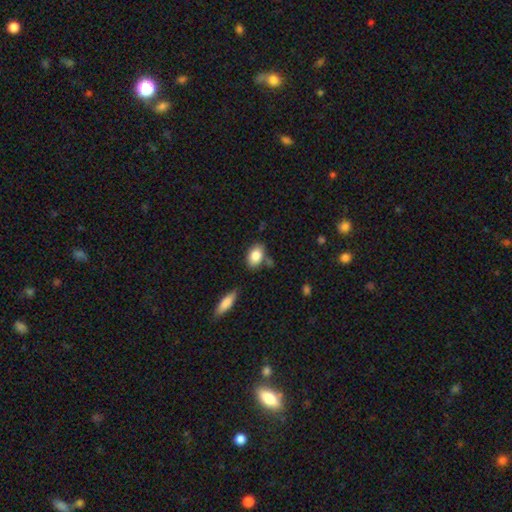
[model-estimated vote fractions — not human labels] Smooth or featured?
  - smooth: 84% *
  - featured or disk: 9%
  - star or artifact: 7%
How rounded?
  - in between: 85% *
  - round: 13%
  - cigar-shaped: 2%
Merging?
  - none: 72% *
  - minor disturbance: 15%
  - merger: 9%
  - major disturbance: 4%